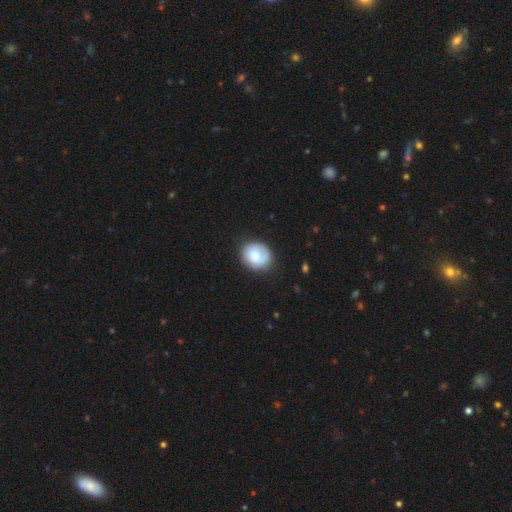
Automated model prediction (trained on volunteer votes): Smooth or featured? Predicted: smooth (p=0.76). How rounded? Predicted: round (p=0.73). Merging? Predicted: none (p=0.76).